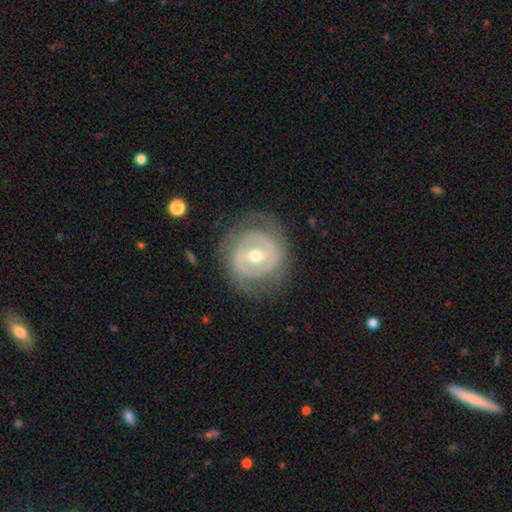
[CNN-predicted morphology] Smooth or featured? featured or disk (75%)
Edge-on disk? no (96%)
Bar? weak (40%)
Spiral arms? yes (57%)
Bulge size? moderate (67%)
Merging? none (74%)